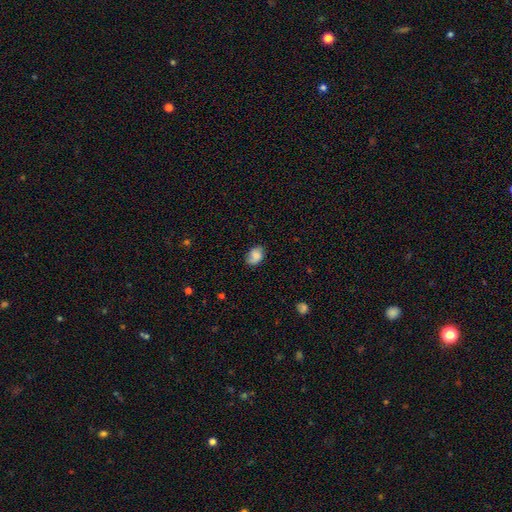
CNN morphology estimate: Q: Smooth or featured?
A: smooth (75%); runner-up: featured or disk (16%)
Q: How rounded?
A: in between (74%); runner-up: round (25%)
Q: Merging?
A: none (68%); runner-up: minor disturbance (25%)